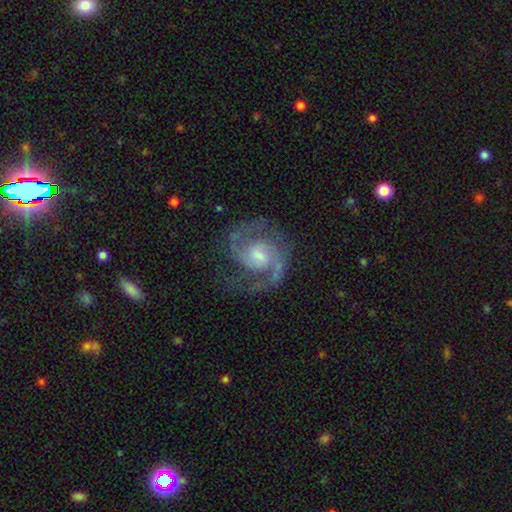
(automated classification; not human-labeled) The model was most divided on "bulge size": moderate: 49%, small: 38%, large: 7%, none: 5%, dominant: 1%. More confident: spiral arms — yes (98%); edge-on disk — no (98%); smooth or featured — featured or disk (91%); spiral arm count — 2 (91%); merging — none (80%); spiral winding — medium (55%); bar — no (54%).